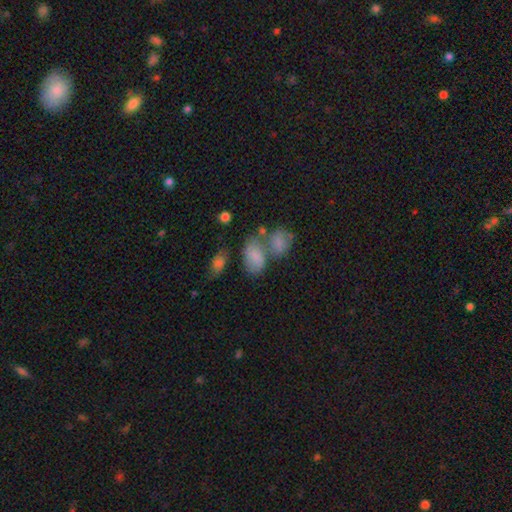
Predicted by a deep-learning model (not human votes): Smooth or featured: smooth — 76% (featured or disk — 14%)
How rounded: in between — 86% (round — 12%)
Merging: merger — 43% (none — 33%)